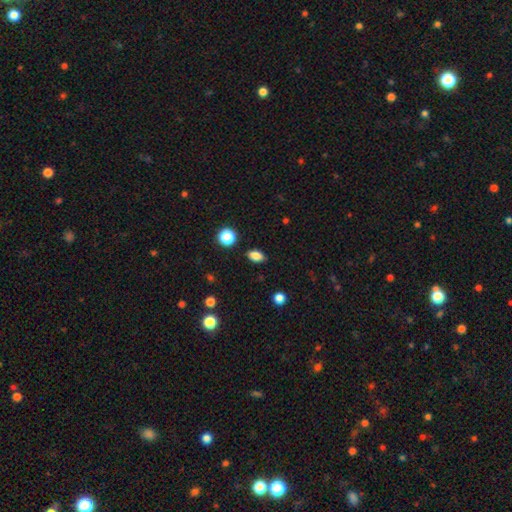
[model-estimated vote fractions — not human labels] Overall: smooth (85%). How rounded: in between (84%). Merging: none (87%).